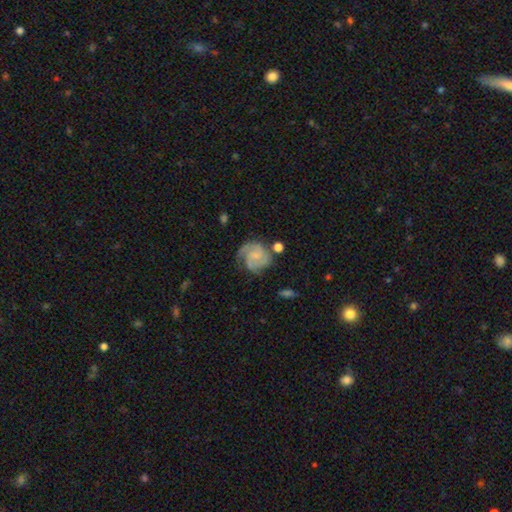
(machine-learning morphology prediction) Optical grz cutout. It shows a featured or disk galaxy (76%) with no bar (63%), 2 (41%) tight (48%) spiral arms (94%) and a small central bulge (53%). Merging: none (61%).